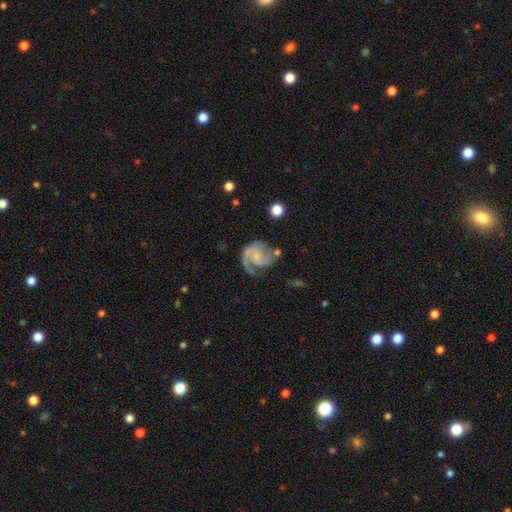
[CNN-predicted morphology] Smooth or featured: featured or disk — 85% (smooth — 9%)
Edge-on disk: no — 98% (yes — 2%)
Bar: no — 67% (weak — 28%)
Spiral arms: yes — 96% (no — 4%)
Spiral winding: medium — 46% (tight — 37%)
Spiral arm count: 2 — 54% (1 — 35%)
Bulge size: small — 57% (none — 25%)
Merging: none — 56% (minor disturbance — 20%)